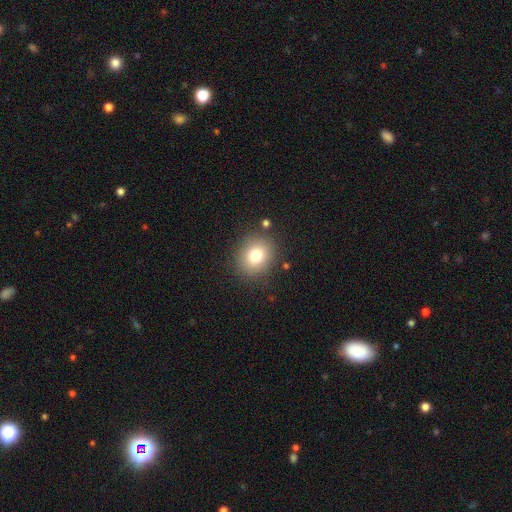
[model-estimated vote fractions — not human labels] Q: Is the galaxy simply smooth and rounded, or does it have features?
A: smooth — 79%.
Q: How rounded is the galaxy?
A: round — 69%.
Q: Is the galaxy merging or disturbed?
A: none — 85%.